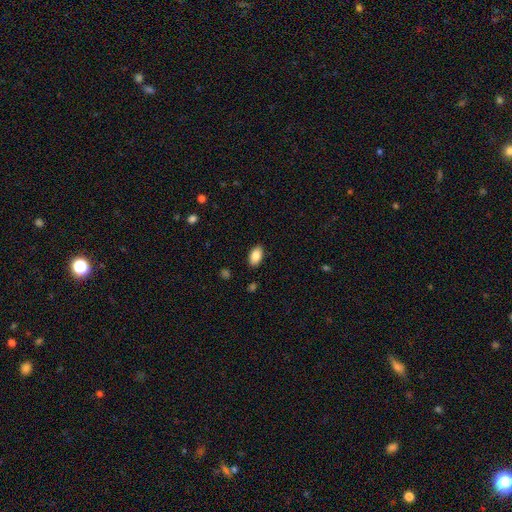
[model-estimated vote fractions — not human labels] smooth-or-featured: smooth: 86% | star or artifact: 7% | featured or disk: 6%
  how-rounded: in between: 93% | round: 5% | cigar-shaped: 2%
  merging: none: 88% | minor disturbance: 9% | major disturbance: 2% | merger: 1%